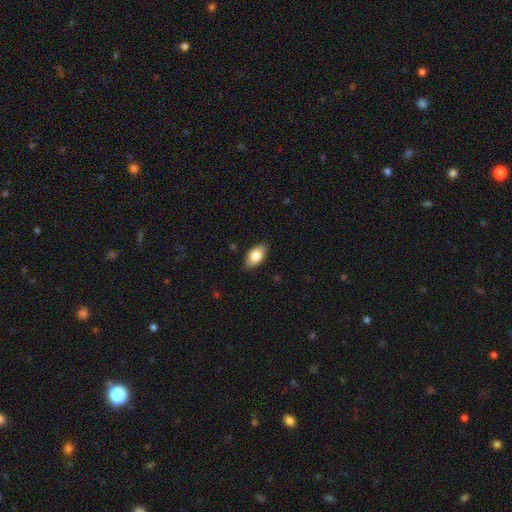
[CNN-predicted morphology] smooth_or_featured: smooth (p=0.78) [alt: featured or disk p=0.15]
how_rounded: in between (p=0.91) [alt: cigar-shaped p=0.05]
merging: none (p=0.86) [alt: minor disturbance p=0.11]